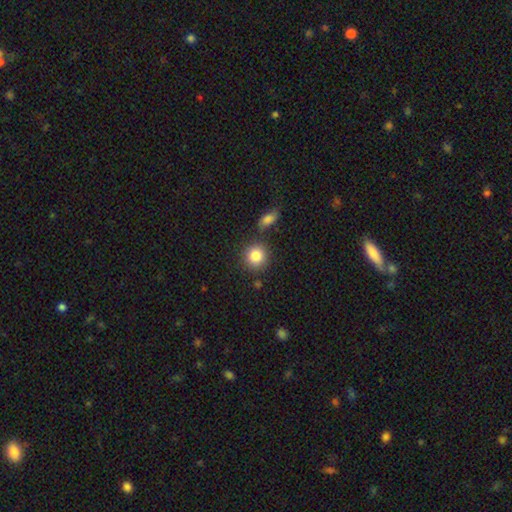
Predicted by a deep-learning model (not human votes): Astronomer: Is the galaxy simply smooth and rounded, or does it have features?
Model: smooth — 85%.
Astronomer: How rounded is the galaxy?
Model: round — 87%.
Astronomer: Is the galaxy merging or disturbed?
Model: none — 79%.